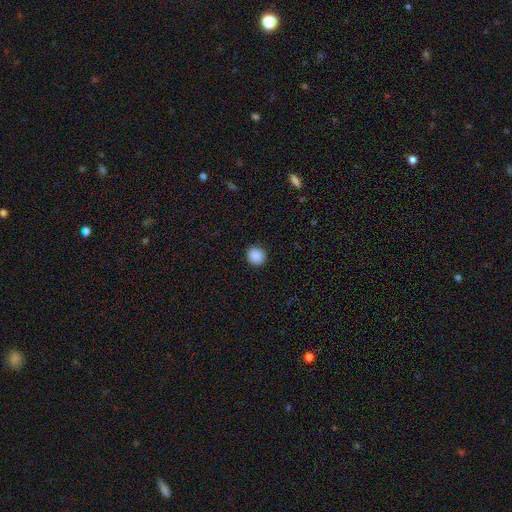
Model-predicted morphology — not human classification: smooth-or-featured: smooth: 89% | star or artifact: 9% | featured or disk: 2%
  how-rounded: round: 89% | in between: 10% | cigar-shaped: 1%
  merging: none: 91% | minor disturbance: 6% | major disturbance: 2% | merger: 1%